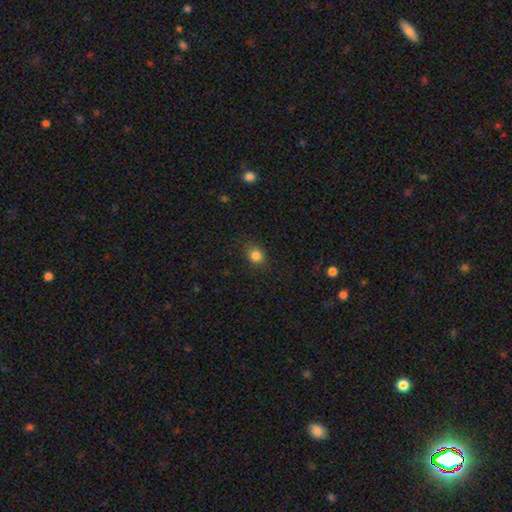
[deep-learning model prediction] smooth_or_featured: smooth (p=0.83) [alt: star or artifact p=0.12]
how_rounded: round (p=0.66) [alt: in between p=0.33]
merging: none (p=0.83) [alt: minor disturbance p=0.12]